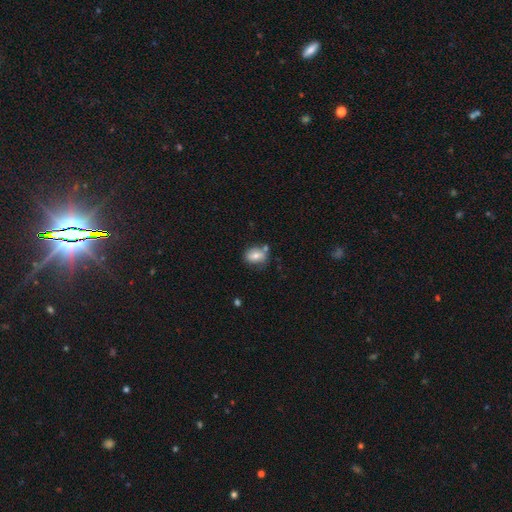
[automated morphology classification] A smooth galaxy with no disk features (71%) that is in between round and cigar-shaped (66%). Merging: none (64%).